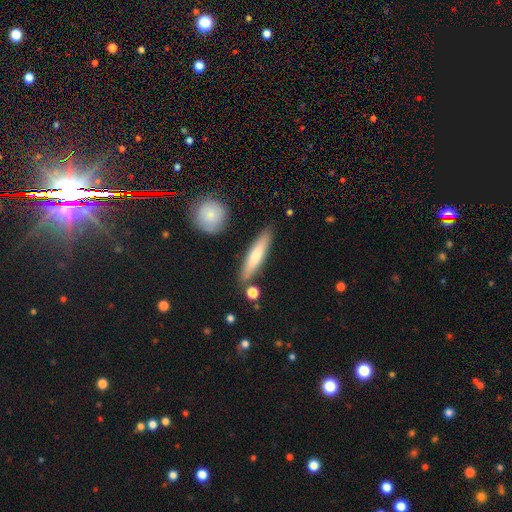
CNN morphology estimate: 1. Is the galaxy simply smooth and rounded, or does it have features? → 67% smooth, 28% featured or disk, 5% star or artifact.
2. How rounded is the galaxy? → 83% cigar-shaped, 16% in between, 2% round.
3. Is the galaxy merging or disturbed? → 83% none, 10% minor disturbance, 4% merger, 2% major disturbance.